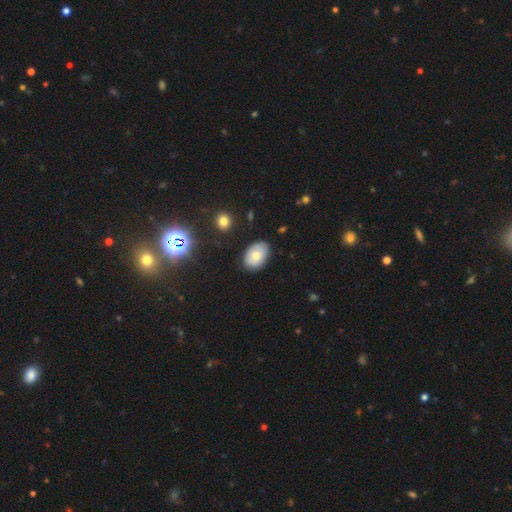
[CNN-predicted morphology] A smooth galaxy with no disk features (75%) that is in between round and cigar-shaped (86%). Merging: none (82%).